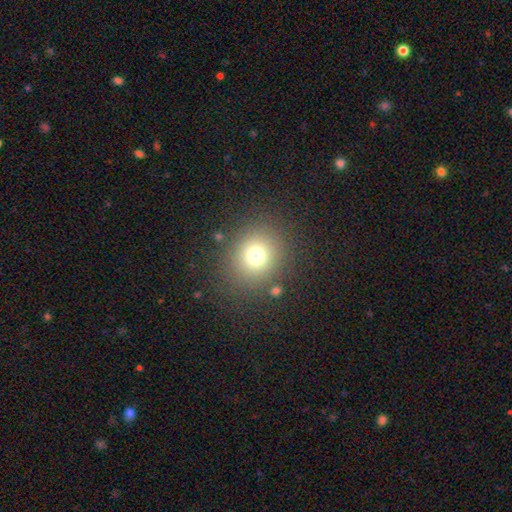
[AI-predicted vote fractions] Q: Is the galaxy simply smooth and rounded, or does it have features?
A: smooth — 73%.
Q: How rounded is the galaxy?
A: round — 83%.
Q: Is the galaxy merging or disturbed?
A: none — 84%.